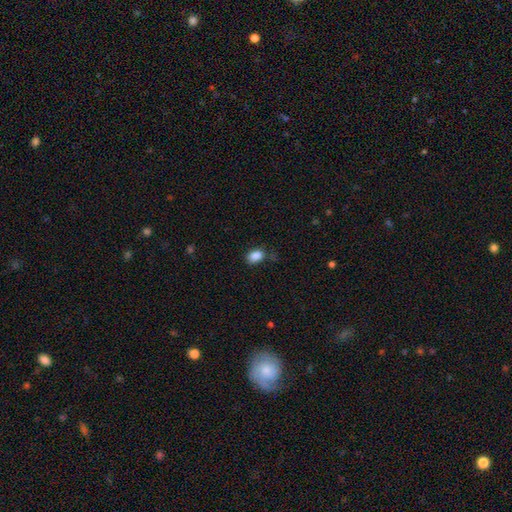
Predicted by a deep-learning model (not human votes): This is clearly a smooth galaxy (87%). How rounded: likely in between (79%). Merging: likely none (71%).